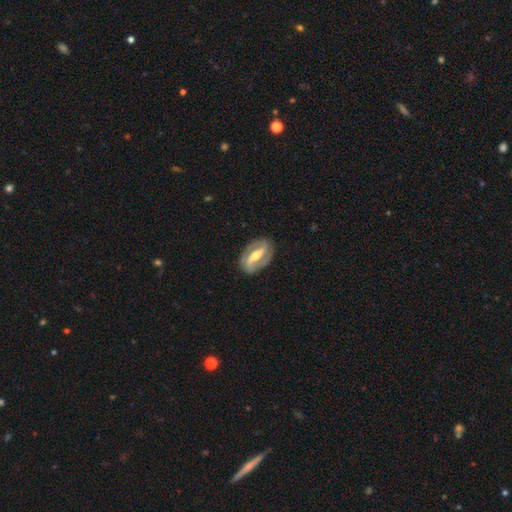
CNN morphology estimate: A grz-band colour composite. It shows a featured or disk galaxy (85%) with a strong bar (69%), 2 (90%) medium (45%) spiral arms (90%) and a moderate central bulge (63%). Merging: none (85%).